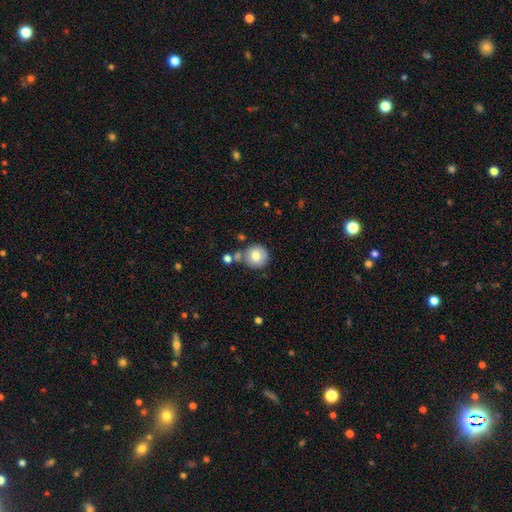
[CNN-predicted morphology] type=smooth (76%); roundness=round (92%); merging=none (66%).